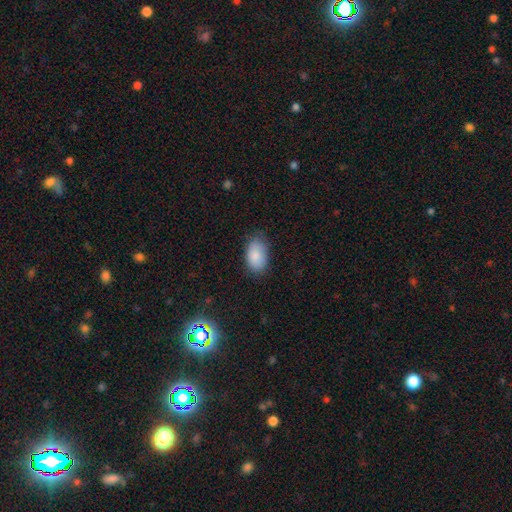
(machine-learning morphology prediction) smooth_or_featured: smooth (p=0.87) [alt: star or artifact p=0.07]
how_rounded: in between (p=0.91) [alt: round p=0.08]
merging: none (p=0.72) [alt: minor disturbance p=0.22]